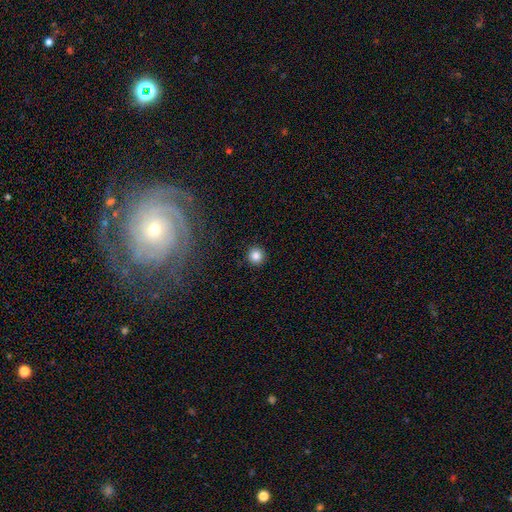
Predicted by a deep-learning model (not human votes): smooth 84%, star or artifact 11%, featured or disk 4%. Down the decision tree: how rounded — round (96%); merging — none (93%).